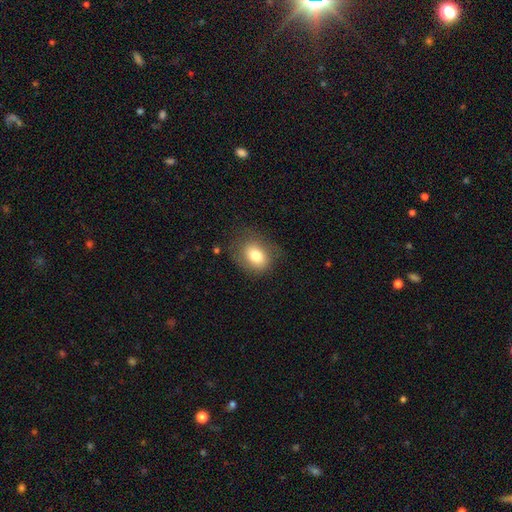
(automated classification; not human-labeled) smooth_or_featured: smooth (p=0.77) [alt: featured or disk p=0.15]
how_rounded: in between (p=0.60) [alt: round p=0.39]
merging: none (p=0.68) [alt: minor disturbance p=0.21]